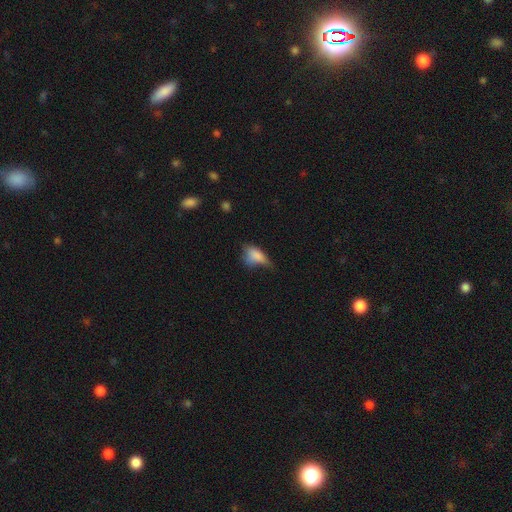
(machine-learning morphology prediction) The model was most divided on "merging": minor disturbance: 41%, major disturbance: 29%, none: 25%, merger: 4%. More confident: how rounded — in between (83%); smooth or featured — smooth (76%).